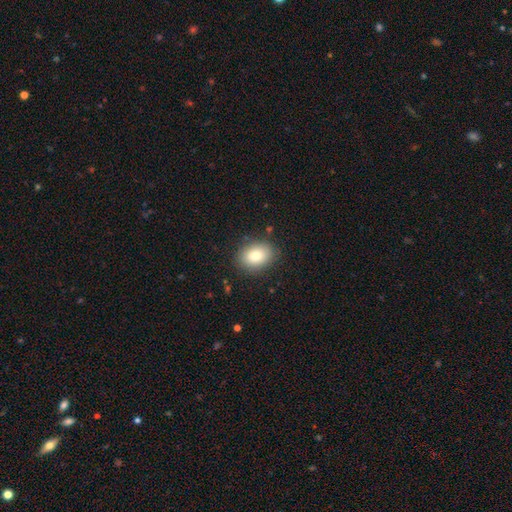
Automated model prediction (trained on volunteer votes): Smooth or featured? Predicted: smooth (p=0.80). How rounded? Predicted: in between (p=0.64). Merging? Predicted: none (p=0.86).